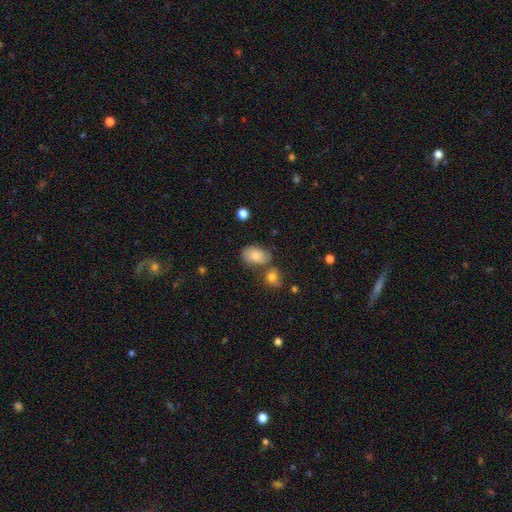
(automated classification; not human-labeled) The model was most divided on "merging": none: 59%, minor disturbance: 19%, merger: 17%, major disturbance: 6%. More confident: how rounded — in between (87%); smooth or featured — smooth (78%).